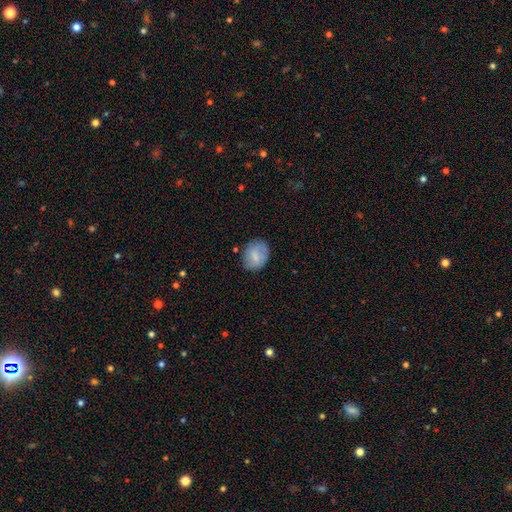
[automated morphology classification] Smooth or featured? smooth (73%)
How rounded? in between (57%)
Merging? none (74%)